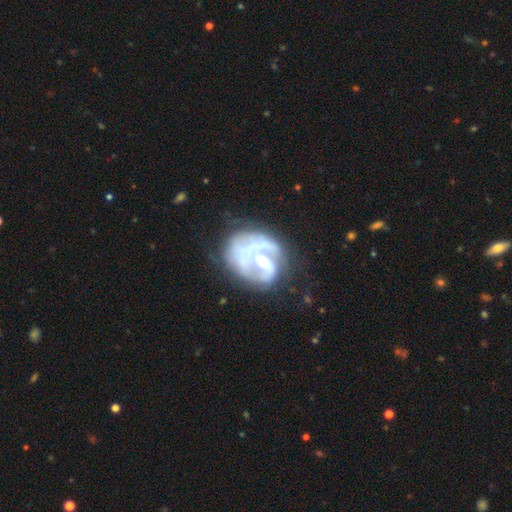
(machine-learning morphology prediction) Smooth or featured? featured or disk (76%)
Edge-on disk? no (98%)
Bar? no (56%)
Spiral arms? yes (69%)
Spiral winding? tight (44%)
Spiral arm count? 1 (53%)
Bulge size? moderate (53%)
Merging? none (40%)